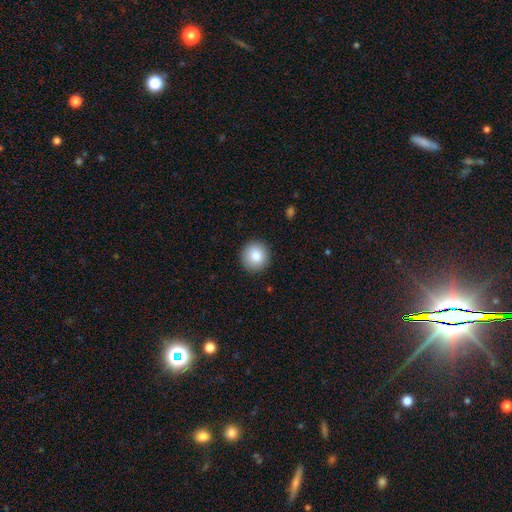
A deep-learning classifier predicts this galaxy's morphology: smooth_or_featured: smooth (p=0.84) [alt: star or artifact p=0.08]
how_rounded: round (p=0.94) [alt: in between p=0.06]
merging: none (p=0.92) [alt: minor disturbance p=0.06]